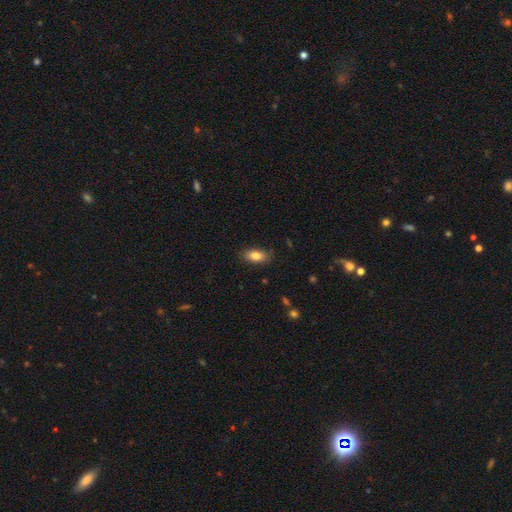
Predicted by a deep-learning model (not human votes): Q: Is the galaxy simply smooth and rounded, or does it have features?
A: smooth — 83%.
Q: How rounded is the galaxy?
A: in between — 88%.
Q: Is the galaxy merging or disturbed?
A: none — 84%.